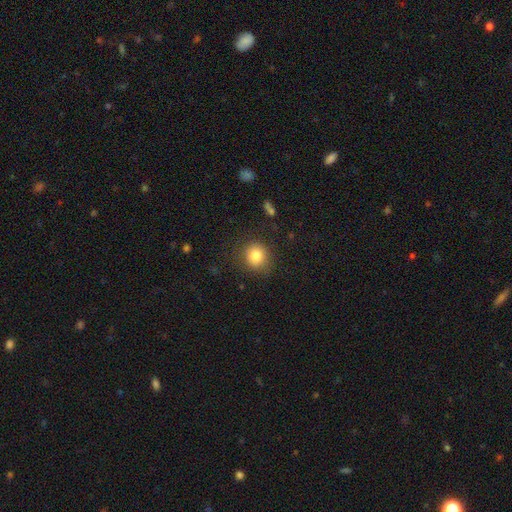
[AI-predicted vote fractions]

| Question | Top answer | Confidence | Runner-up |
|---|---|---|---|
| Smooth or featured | smooth | 83% | star or artifact (10%) |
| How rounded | round | 85% | in between (14%) |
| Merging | none | 84% | minor disturbance (11%) |